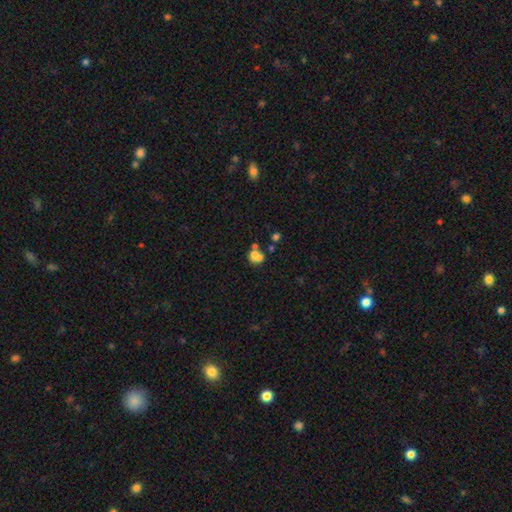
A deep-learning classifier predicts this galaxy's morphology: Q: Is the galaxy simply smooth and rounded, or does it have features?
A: smooth — 68%.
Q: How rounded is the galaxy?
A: round — 63%.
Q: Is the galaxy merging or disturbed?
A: merger — 49%.